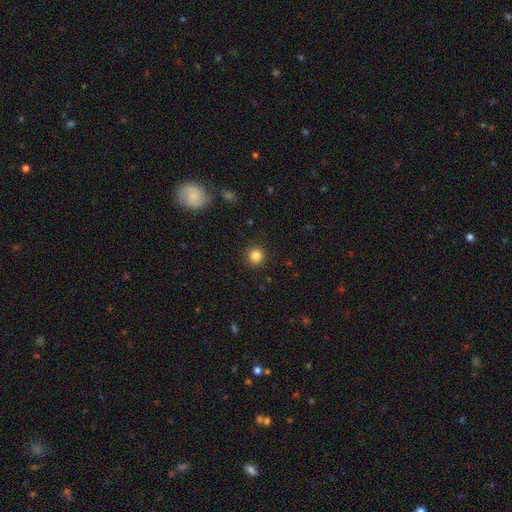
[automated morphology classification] Q: Smooth or featured?
A: smooth (84%); runner-up: star or artifact (12%)
Q: How rounded?
A: round (94%); runner-up: in between (5%)
Q: Merging?
A: none (91%); runner-up: minor disturbance (5%)